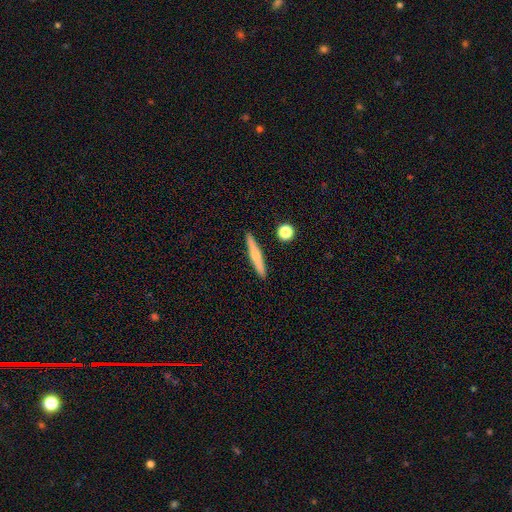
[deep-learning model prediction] A smooth galaxy with no disk features (58%) that is cigar-shaped (93%).

Vote fractions:
- Smooth or featured? smooth: 58% / featured or disk: 36% / star or artifact: 6%
- How rounded? cigar-shaped: 93% / in between: 5% / round: 2%
- Merging? none: 90% / minor disturbance: 6% / merger: 2% / major disturbance: 1%